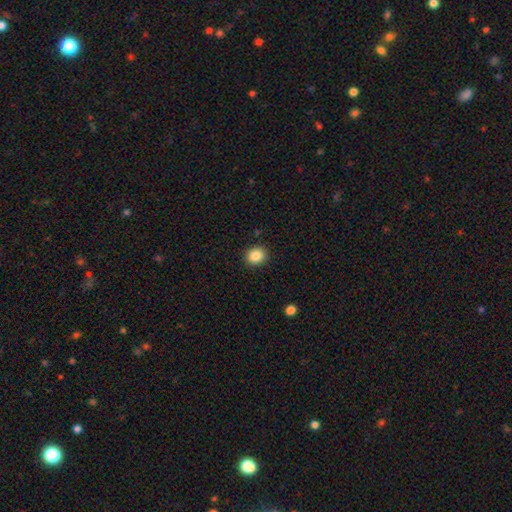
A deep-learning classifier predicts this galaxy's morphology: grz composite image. It shows a smooth galaxy with no disk features (86%) that is round (71%). Merging: none (90%).